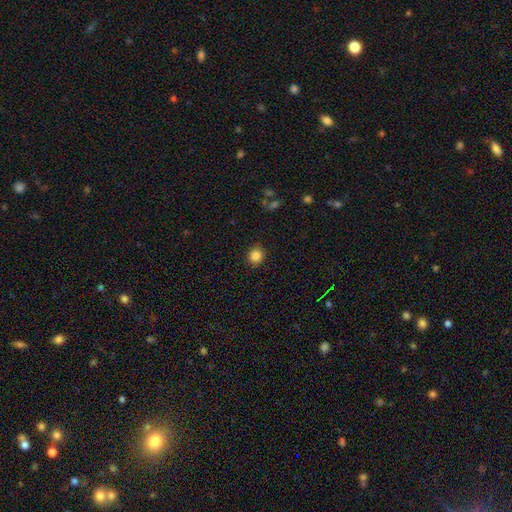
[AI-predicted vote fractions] Overall: smooth (85%). How rounded: round (86%). Merging: none (90%).